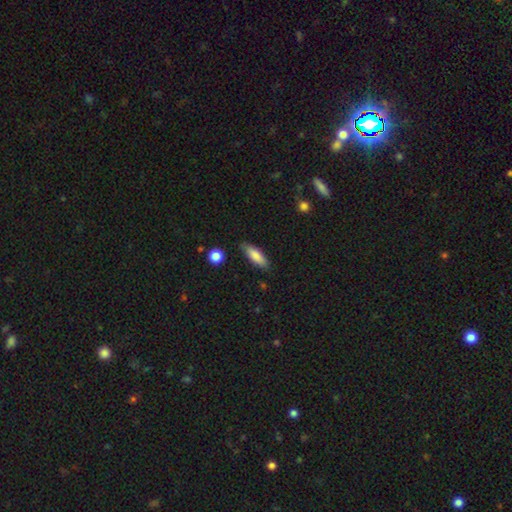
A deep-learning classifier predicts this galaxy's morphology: smooth_or_featured: smooth (p=0.82) [alt: featured or disk p=0.12]
how_rounded: in between (p=0.51) [alt: cigar-shaped p=0.47]
merging: none (p=0.82) [alt: minor disturbance p=0.13]